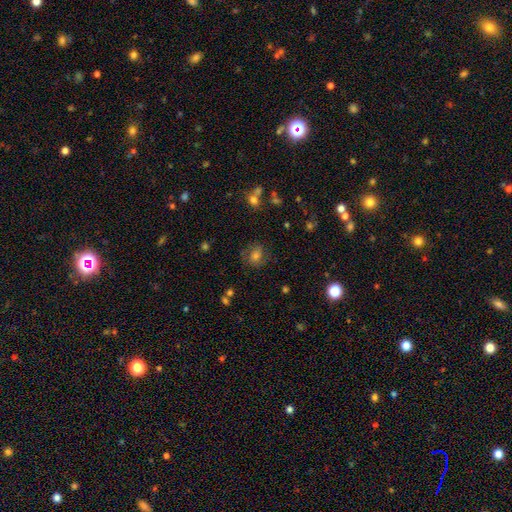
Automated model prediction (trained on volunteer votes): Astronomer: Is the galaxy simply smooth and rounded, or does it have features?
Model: smooth — 57%.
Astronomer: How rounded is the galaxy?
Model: round — 67%.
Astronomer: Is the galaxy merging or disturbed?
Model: none — 71%.